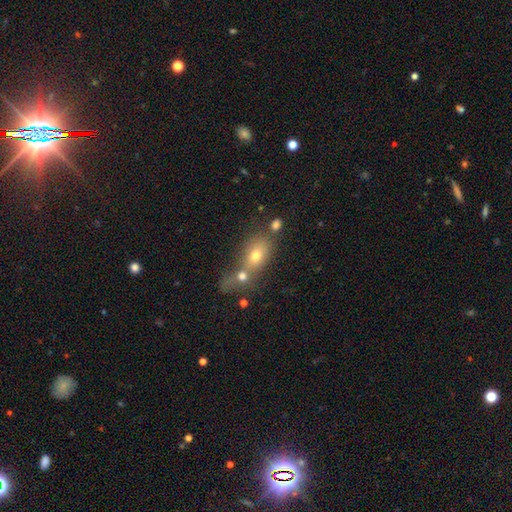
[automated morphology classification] type=smooth (64%); roundness=in between (62%); merging=merger (48%).